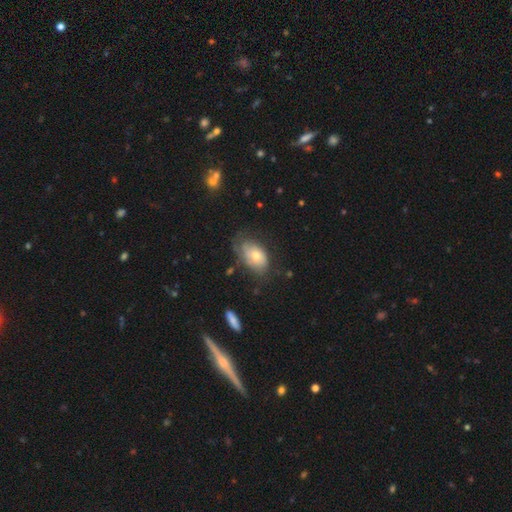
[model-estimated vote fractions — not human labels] This appears to be a smooth galaxy with no disk features (52%) that is in between round and cigar-shaped (87%). Merging: none (49%).